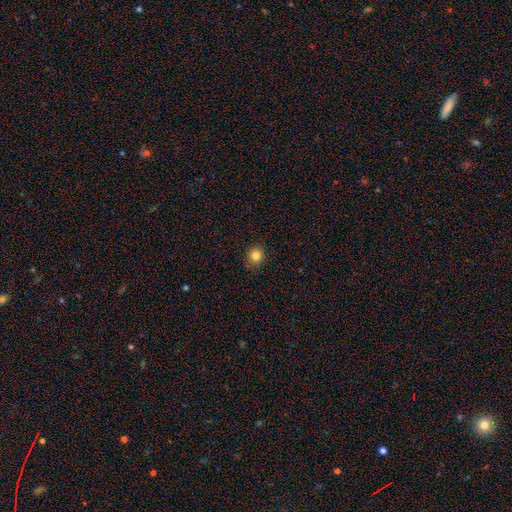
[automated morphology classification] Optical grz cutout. It shows a smooth galaxy with no disk features (83%) that is round (93%). Merging: none (91%).